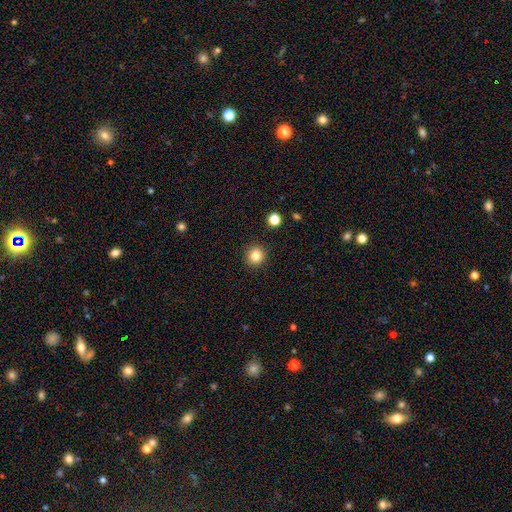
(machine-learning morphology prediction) smooth 83%, star or artifact 11%, featured or disk 6%. Down the decision tree: how rounded — round (93%); merging — none (92%).